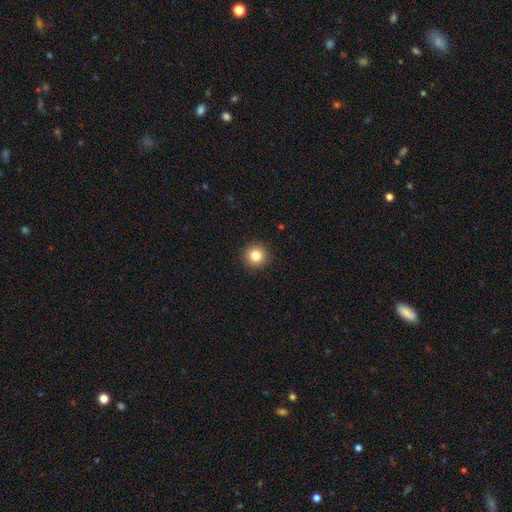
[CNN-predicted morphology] smooth-or-featured: smooth: 84% | star or artifact: 11% | featured or disk: 6%
  how-rounded: round: 95% | in between: 5% | cigar-shaped: 1%
  merging: none: 92% | minor disturbance: 5% | major disturbance: 2% | merger: 1%